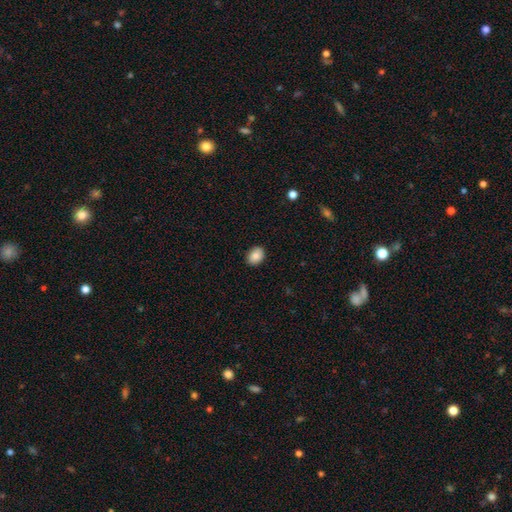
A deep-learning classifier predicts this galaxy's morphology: This appears to be a smooth galaxy with no disk features (87%) that is in between round and cigar-shaped (64%). Merging: none (89%).